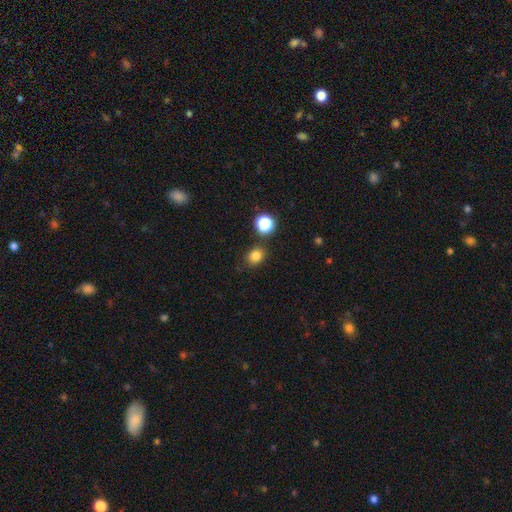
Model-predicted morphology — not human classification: Smooth or featured?
  - smooth: 81% *
  - star or artifact: 15%
  - featured or disk: 5%
How rounded?
  - round: 63% *
  - in between: 36%
  - cigar-shaped: 1%
Merging?
  - none: 81% *
  - minor disturbance: 11%
  - merger: 5%
  - major disturbance: 3%